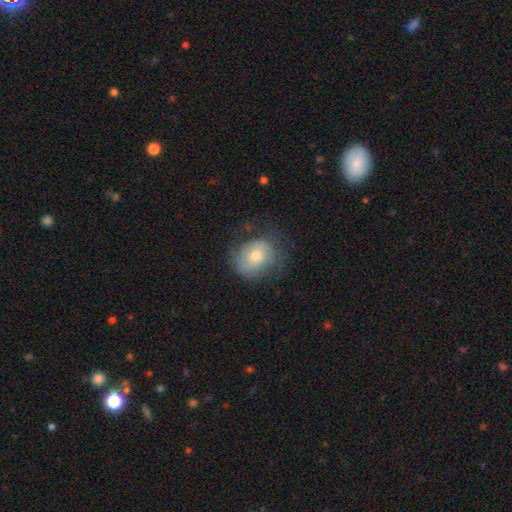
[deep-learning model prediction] Overall: smooth (57%; featured or disk 34%). How rounded: round (56%; in between 43%). Merging: none (58%; minor disturbance 26%).